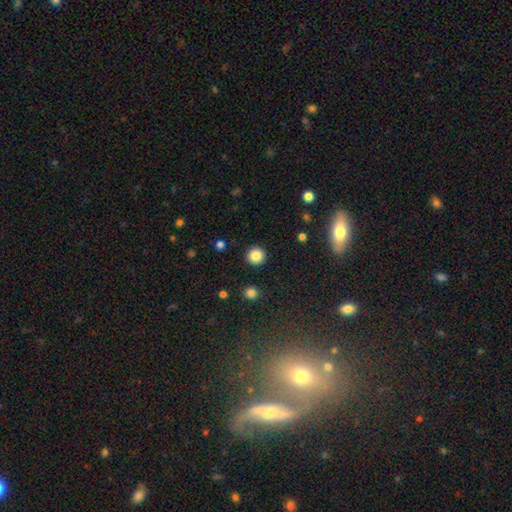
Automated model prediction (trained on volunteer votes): smooth-or-featured: smooth: 85% | star or artifact: 10% | featured or disk: 5%
  how-rounded: round: 95% | in between: 4% | cigar-shaped: 1%
  merging: none: 93% | minor disturbance: 4% | major disturbance: 2% | merger: 1%